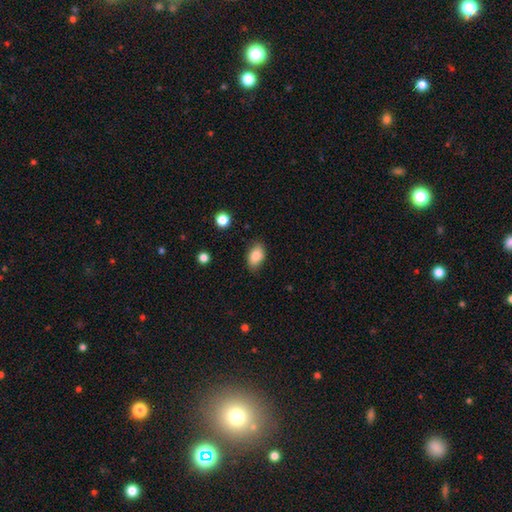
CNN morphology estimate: Smooth or featured? Predicted: smooth (p=0.84). How rounded? Predicted: in between (p=0.88). Merging? Predicted: none (p=0.81).